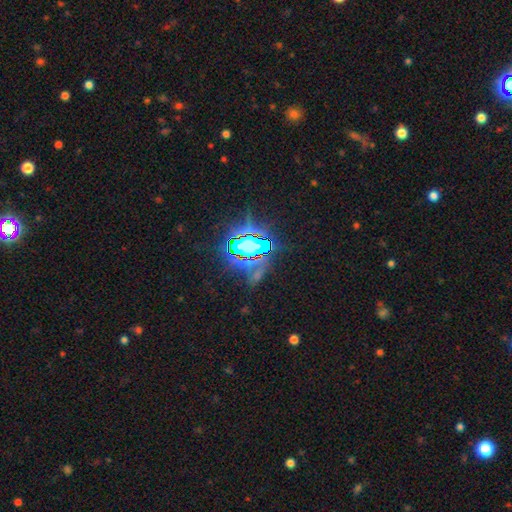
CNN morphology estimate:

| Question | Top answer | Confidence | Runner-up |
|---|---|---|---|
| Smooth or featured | star or artifact | 86% | smooth (8%) |